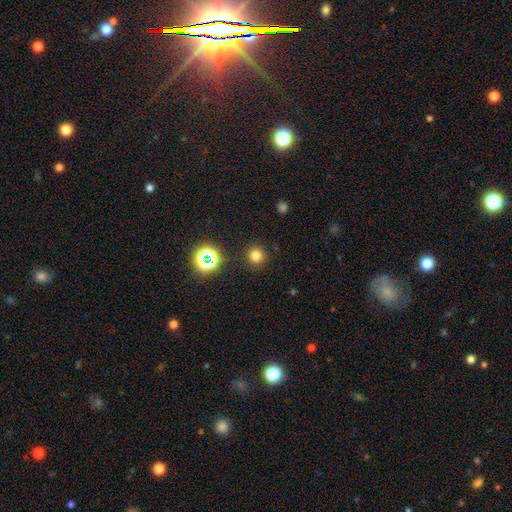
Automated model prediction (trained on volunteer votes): Overall: smooth (75%). How rounded: round (94%). Merging: none (89%).